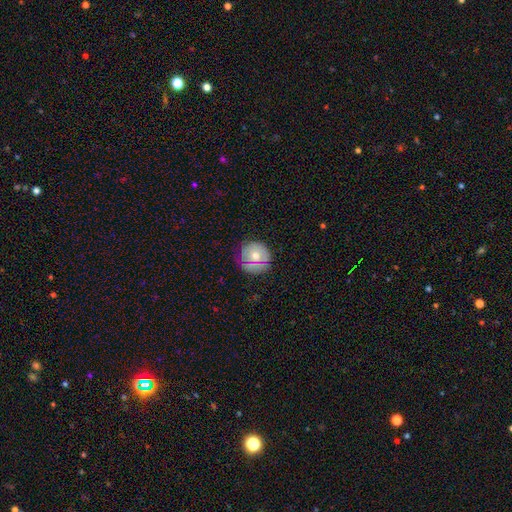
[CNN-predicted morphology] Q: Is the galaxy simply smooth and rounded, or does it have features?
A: smooth — 53%.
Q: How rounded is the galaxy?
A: round — 91%.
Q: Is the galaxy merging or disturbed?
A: none — 74%.